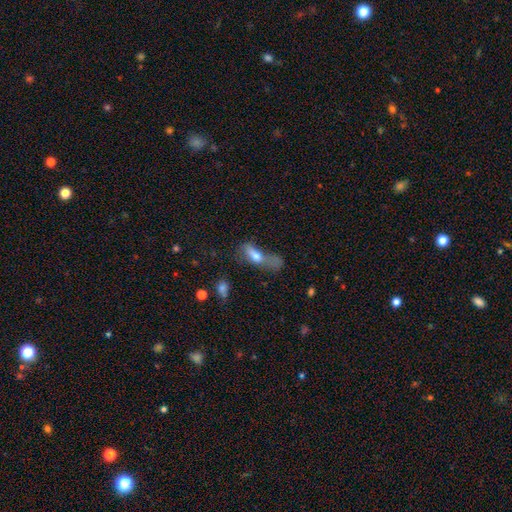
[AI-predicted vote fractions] This is likely a smooth galaxy (62%). How rounded: likely in between (64%). Merging: possibly major disturbance (49%).